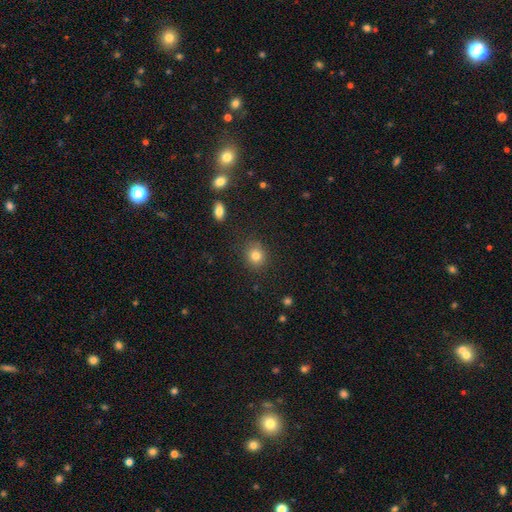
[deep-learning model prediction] The model was most divided on "how rounded": round: 80%, in between: 19%, cigar-shaped: 1%. More confident: merging — none (87%); smooth or featured — smooth (81%).